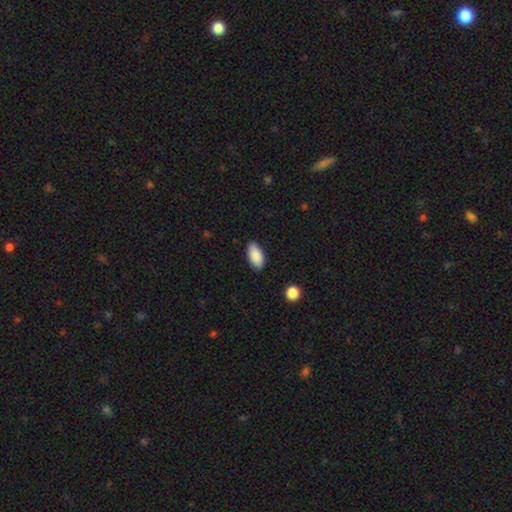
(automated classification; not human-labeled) Q: Smooth or featured?
A: smooth (89%); runner-up: star or artifact (6%)
Q: How rounded?
A: in between (93%); runner-up: cigar-shaped (4%)
Q: Merging?
A: none (87%); runner-up: minor disturbance (9%)